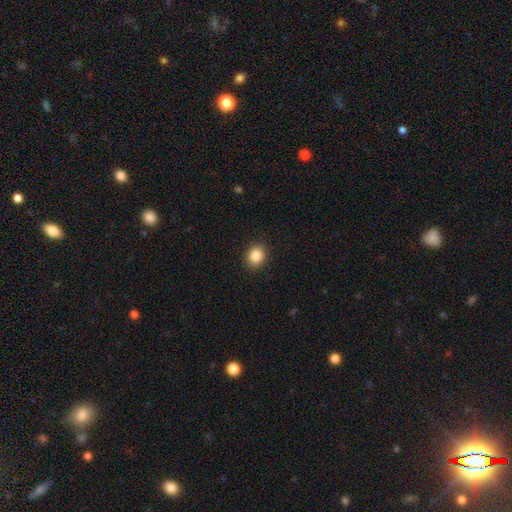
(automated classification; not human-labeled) smooth_or_featured: smooth (p=0.86) [alt: star or artifact p=0.10]
how_rounded: round (p=0.67) [alt: in between p=0.32]
merging: none (p=0.91) [alt: minor disturbance p=0.07]